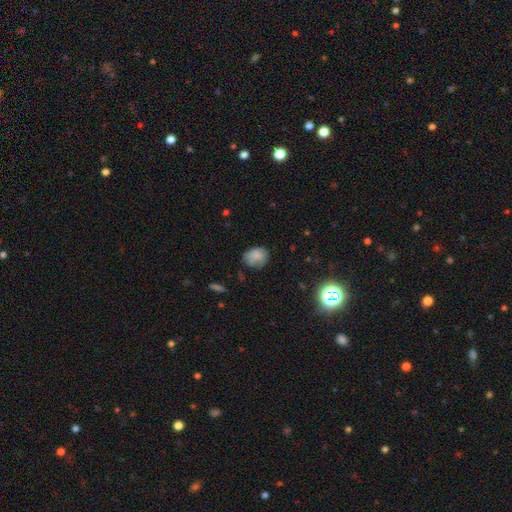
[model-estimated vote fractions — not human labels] smooth_or_featured: smooth (p=0.76) [alt: featured or disk p=0.13]
how_rounded: in between (p=0.51) [alt: round p=0.47]
merging: none (p=0.58) [alt: minor disturbance p=0.29]